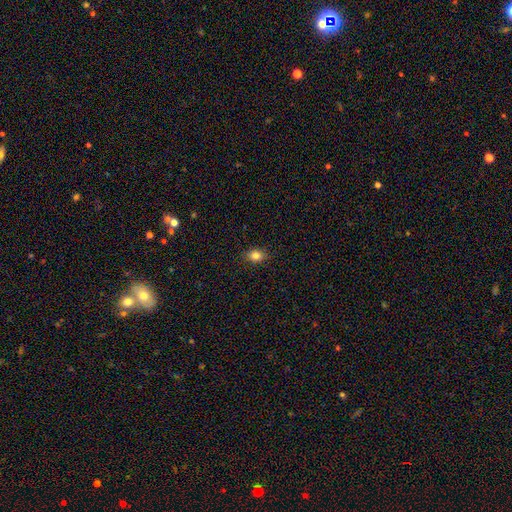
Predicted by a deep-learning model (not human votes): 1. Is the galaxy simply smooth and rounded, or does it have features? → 82% smooth, 11% star or artifact, 7% featured or disk.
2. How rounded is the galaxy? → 58% in between, 41% round, 1% cigar-shaped.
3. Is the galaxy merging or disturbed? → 87% none, 10% minor disturbance, 2% major disturbance, 1% merger.